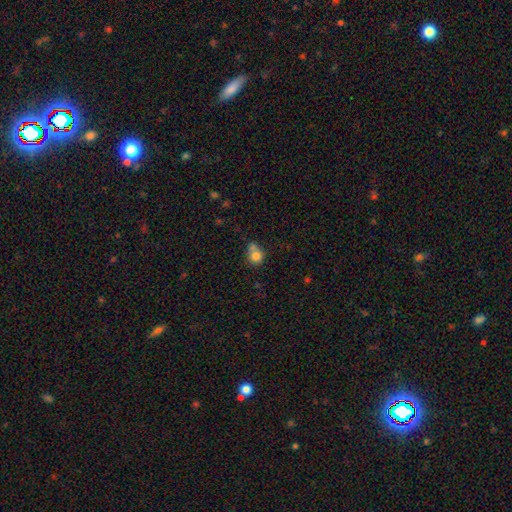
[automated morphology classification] This appears to be a smooth galaxy with no disk features (79%) that is round (81%). Merging: none (42%).